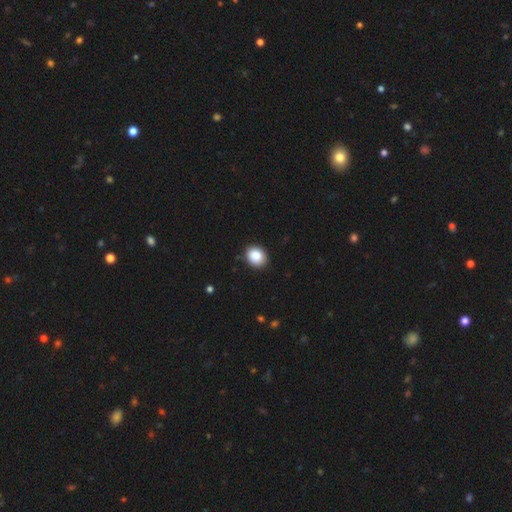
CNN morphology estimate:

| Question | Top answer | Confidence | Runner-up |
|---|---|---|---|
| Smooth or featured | smooth | 87% | star or artifact (9%) |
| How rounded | round | 61% | in between (39%) |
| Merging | none | 88% | minor disturbance (9%) |